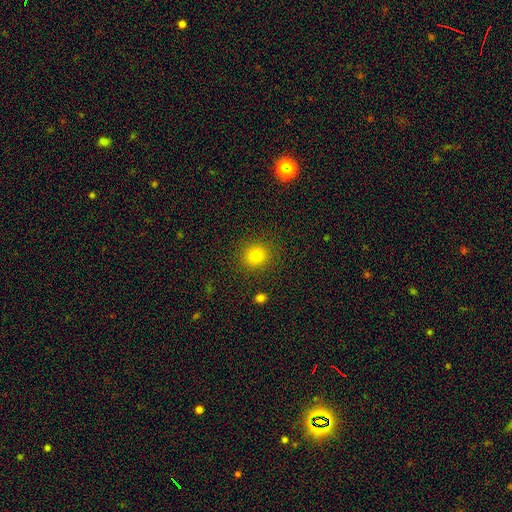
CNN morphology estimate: Smooth or featured: smooth — 81% (star or artifact — 13%)
How rounded: round — 85% (in between — 14%)
Merging: none — 90% (minor disturbance — 6%)